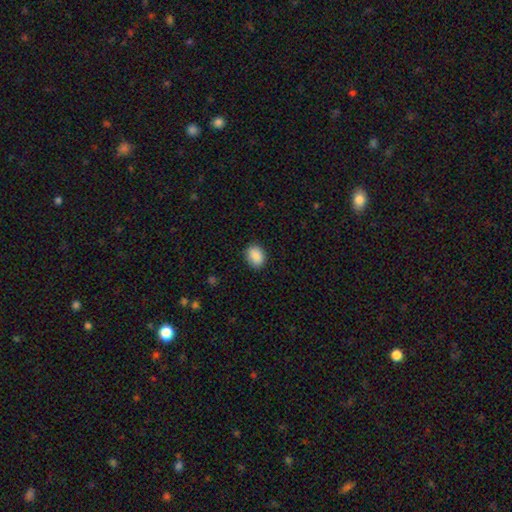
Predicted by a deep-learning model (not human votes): This is clearly a smooth galaxy (89%). How rounded: possibly in between (59%). Merging: clearly none (87%).